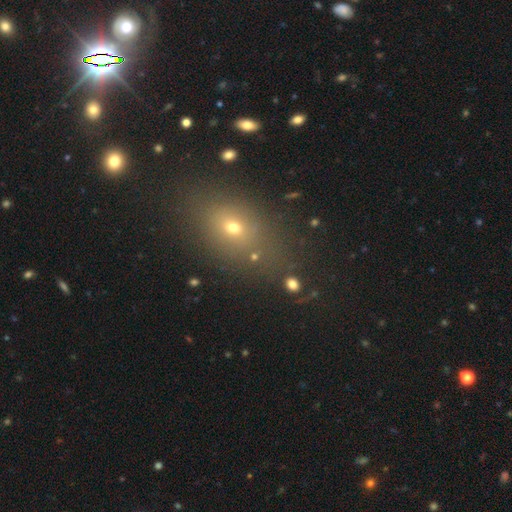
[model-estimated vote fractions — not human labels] Overall: smooth (56%; star or artifact 30%). How rounded: in between (61%; round 35%). Merging: none (76%).